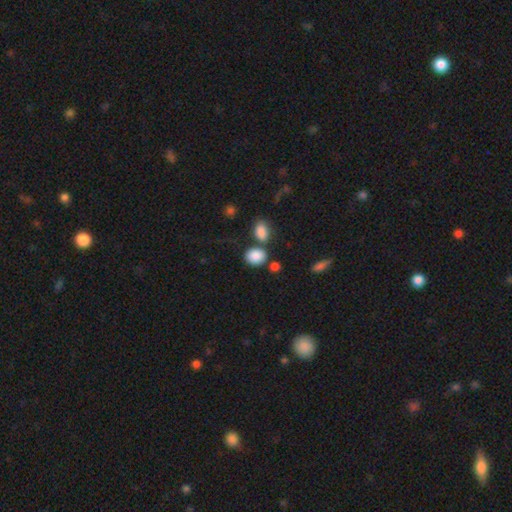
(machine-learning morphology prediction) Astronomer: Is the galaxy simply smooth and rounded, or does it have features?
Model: smooth — 87%.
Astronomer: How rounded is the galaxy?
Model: in between — 53% (runner-up: round, 45%).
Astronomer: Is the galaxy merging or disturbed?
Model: none — 65%.